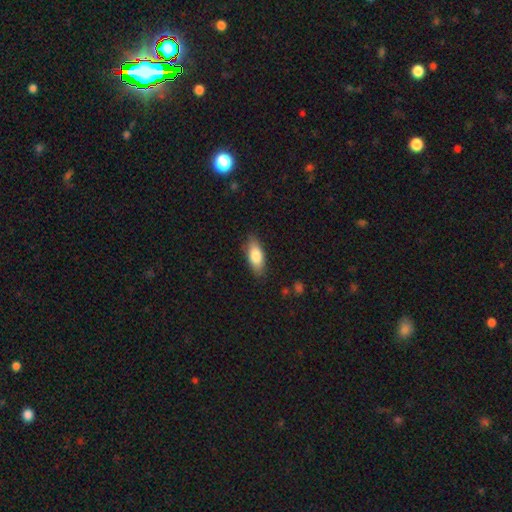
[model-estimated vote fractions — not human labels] Smooth or featured? Predicted: smooth (p=0.80). How rounded? Predicted: in between (p=0.81). Merging? Predicted: none (p=0.84).